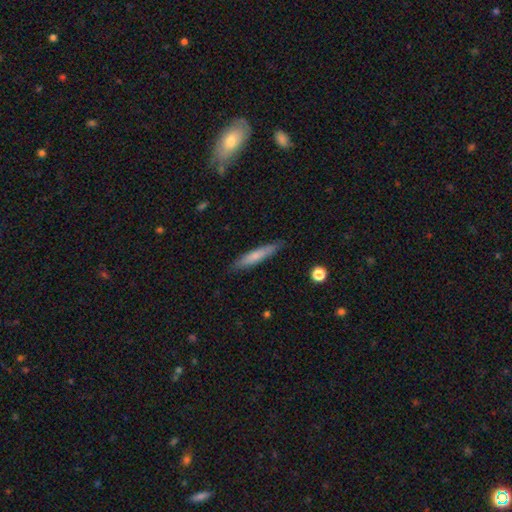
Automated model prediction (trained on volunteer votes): This is likely a smooth galaxy (70%). How rounded: clearly cigar-shaped (91%). Merging: clearly none (87%).